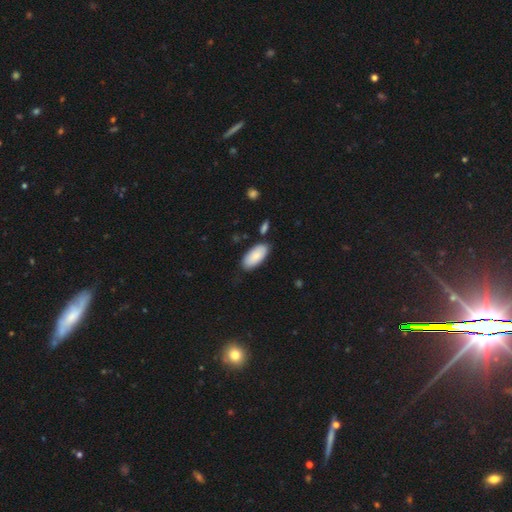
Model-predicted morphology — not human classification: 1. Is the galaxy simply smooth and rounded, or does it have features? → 85% smooth, 9% featured or disk, 6% star or artifact.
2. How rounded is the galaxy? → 93% in between, 6% cigar-shaped, 2% round.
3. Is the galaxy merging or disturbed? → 80% none, 14% minor disturbance, 4% merger, 3% major disturbance.